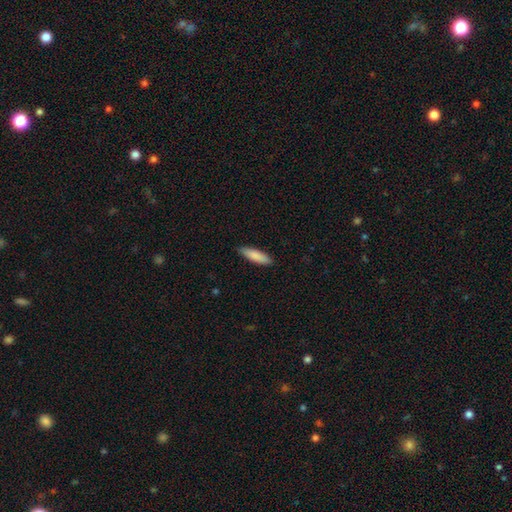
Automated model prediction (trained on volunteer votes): smooth-or-featured: smooth: 87% | featured or disk: 8% | star or artifact: 5%
  how-rounded: cigar-shaped: 65% | in between: 34% | round: 1%
  merging: none: 88% | minor disturbance: 9% | major disturbance: 2% | merger: 1%